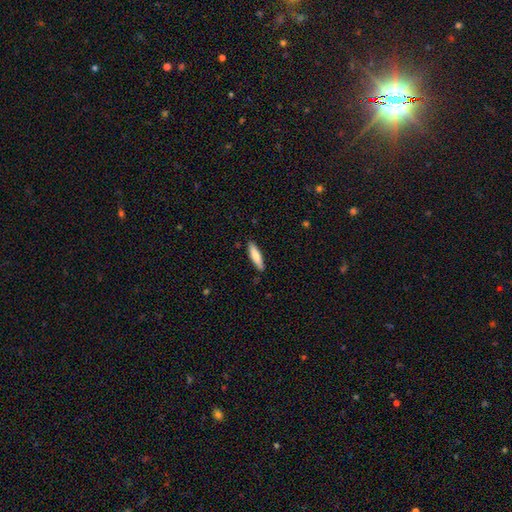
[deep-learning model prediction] Smooth or featured?
  - smooth: 74% *
  - featured or disk: 21%
  - star or artifact: 6%
How rounded?
  - cigar-shaped: 69% *
  - in between: 29%
  - round: 2%
Merging?
  - none: 87% *
  - minor disturbance: 10%
  - major disturbance: 2%
  - merger: 1%